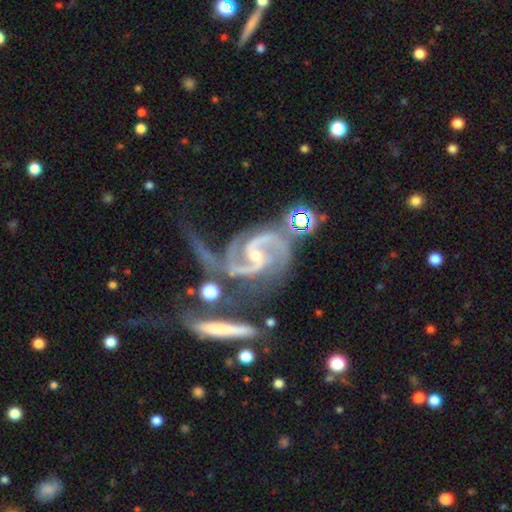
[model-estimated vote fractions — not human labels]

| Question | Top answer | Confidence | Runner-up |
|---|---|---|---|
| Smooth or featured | featured or disk | 93% | star or artifact (5%) |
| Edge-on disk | no | 97% | yes (3%) |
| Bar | weak | 36% | strong (32%) |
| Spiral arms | yes | 98% | no (2%) |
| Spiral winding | medium | 57% | loose (22%) |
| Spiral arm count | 2 | 86% | 3 (5%) |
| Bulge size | small | 67% | moderate (29%) |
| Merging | none | 33% | major disturbance (25%) |